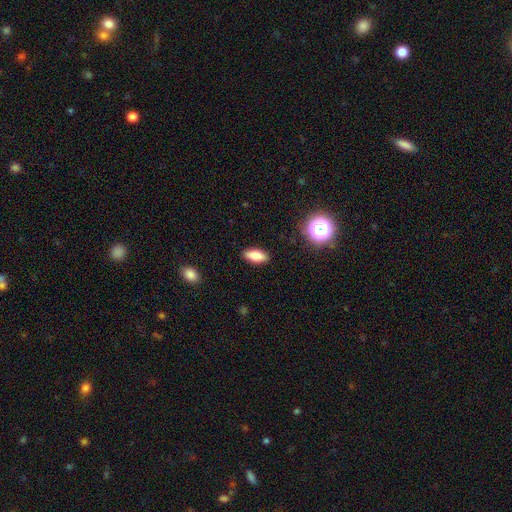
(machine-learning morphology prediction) Smooth or featured? Predicted: smooth (p=0.77). How rounded? Predicted: in between (p=0.81). Merging? Predicted: none (p=0.89).